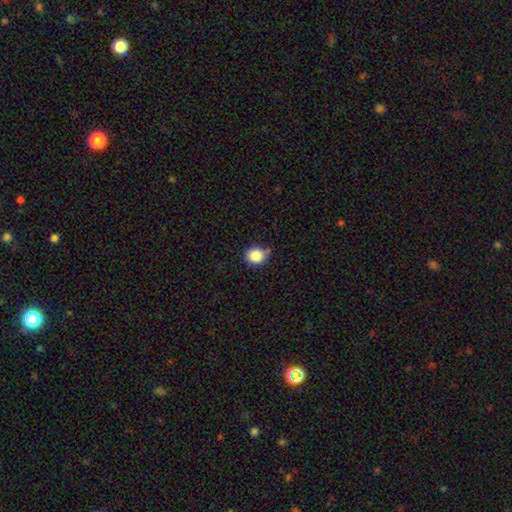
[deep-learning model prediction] A smooth galaxy with no disk features (86%) that is round (81%). Merging: none (66%).